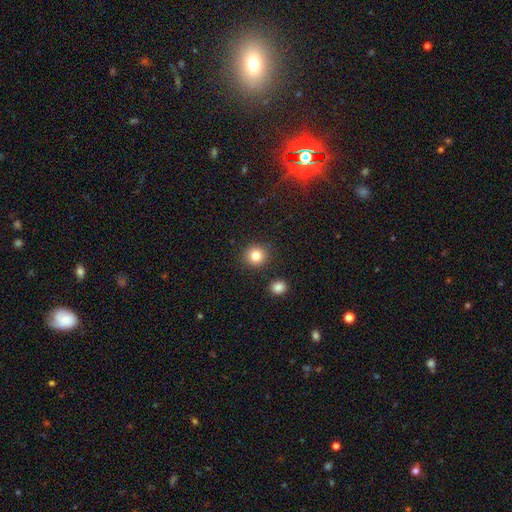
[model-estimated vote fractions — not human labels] This is clearly a smooth galaxy (83%). How rounded: clearly round (90%). Merging: clearly none (89%).